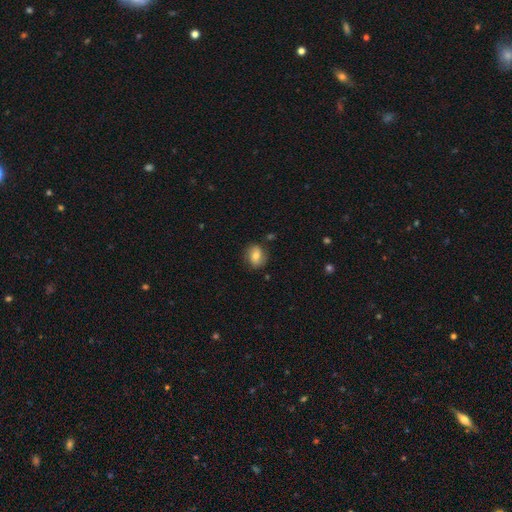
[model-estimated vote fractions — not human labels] This appears to be a smooth galaxy with no disk features (71%) that is round (51%). Merging: none (79%).